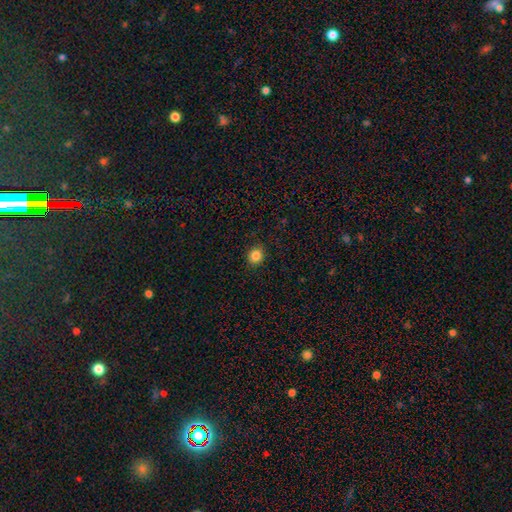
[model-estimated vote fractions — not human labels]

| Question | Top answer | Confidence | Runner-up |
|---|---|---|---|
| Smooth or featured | smooth | 84% | star or artifact (11%) |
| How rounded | round | 81% | in between (18%) |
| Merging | none | 91% | minor disturbance (6%) |